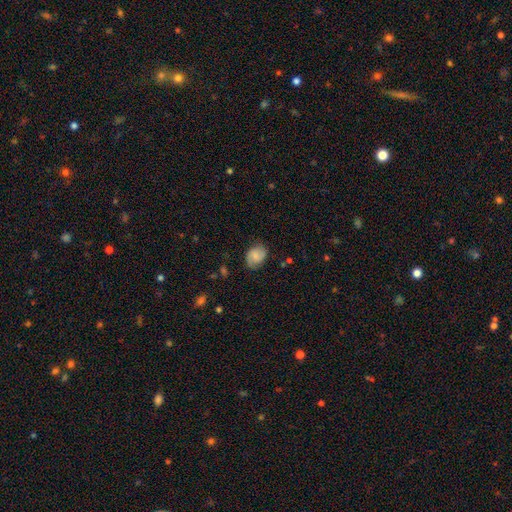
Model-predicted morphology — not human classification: Overall: smooth (55%; featured or disk 36%). How rounded: in between (57%; round 42%). Merging: none (73%).